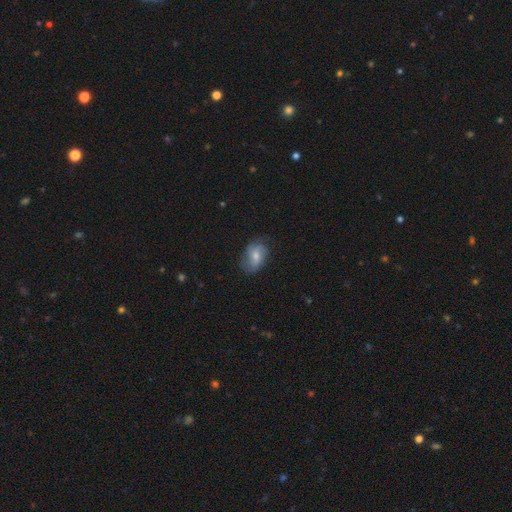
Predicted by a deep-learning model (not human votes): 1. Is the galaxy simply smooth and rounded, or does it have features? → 49% featured or disk, 40% smooth, 10% star or artifact.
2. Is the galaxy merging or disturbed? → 71% none, 22% minor disturbance, 7% major disturbance, 1% merger.